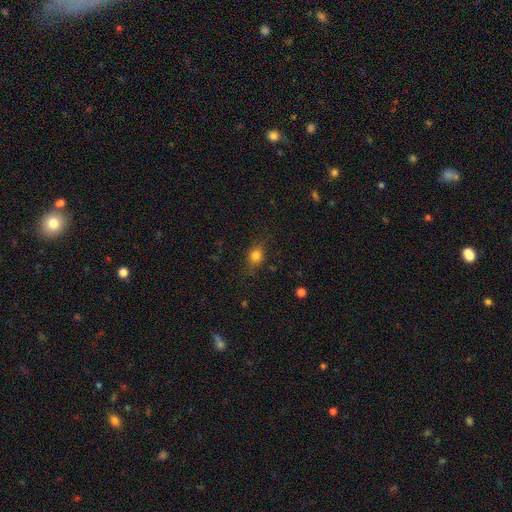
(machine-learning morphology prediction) This appears to be a smooth galaxy with no disk features (78%) that is round (54%). Merging: none (76%).